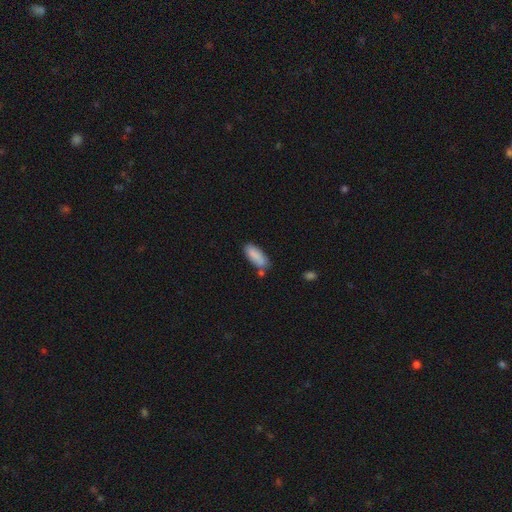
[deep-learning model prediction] A smooth galaxy with no disk features (85%) that is in between round and cigar-shaped (77%). Merging: none (65%).